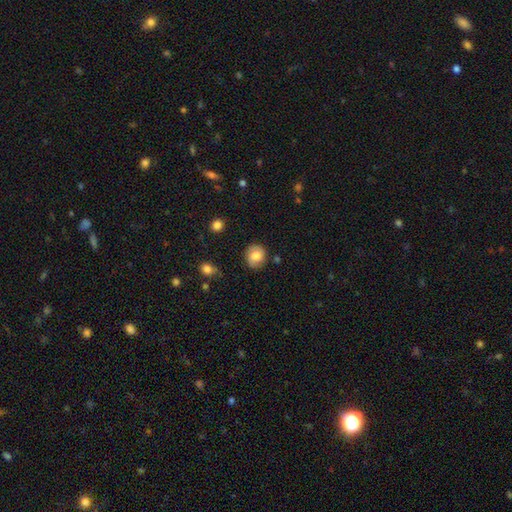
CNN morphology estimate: smooth-or-featured: smooth: 73% | featured or disk: 19% | star or artifact: 9%
  how-rounded: round: 74% | in between: 25% | cigar-shaped: 1%
  merging: none: 79% | minor disturbance: 15% | major disturbance: 4% | merger: 2%